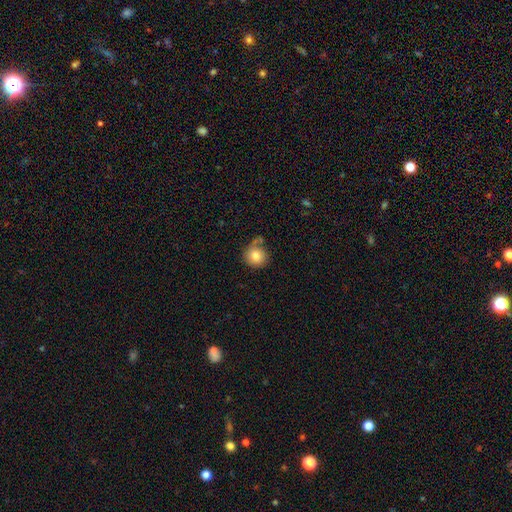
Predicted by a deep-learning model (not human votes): smooth 81%, featured or disk 10%, star or artifact 8%. Down the decision tree: how rounded — round (88%); merging — none (57%).